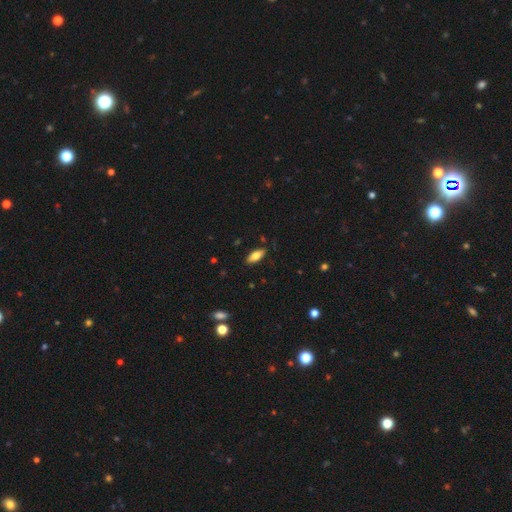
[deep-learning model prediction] Smooth or featured?
  - smooth: 77% *
  - featured or disk: 16%
  - star or artifact: 7%
How rounded?
  - in between: 80% *
  - cigar-shaped: 18%
  - round: 2%
Merging?
  - none: 85% *
  - minor disturbance: 12%
  - major disturbance: 2%
  - merger: 1%